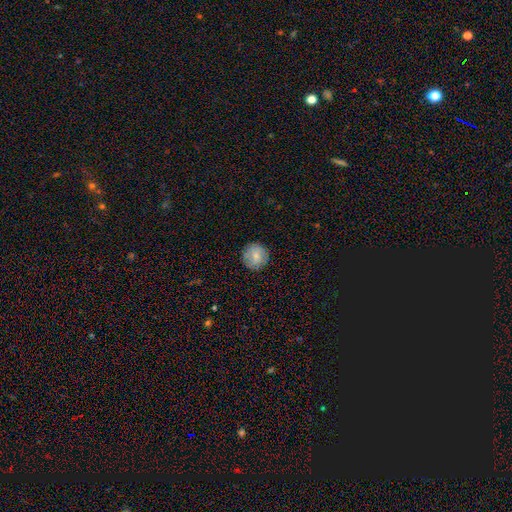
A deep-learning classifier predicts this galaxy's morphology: This is likely a smooth galaxy (79%). How rounded: clearly round (94%). Merging: clearly none (88%).